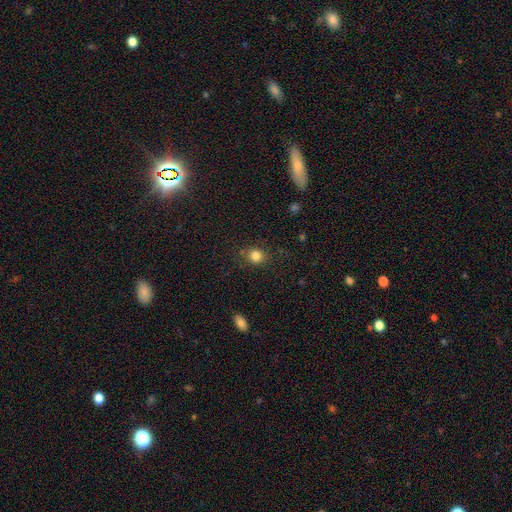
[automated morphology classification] The model was most divided on "how rounded": round: 77%, in between: 22%, cigar-shaped: 1%. More confident: merging — none (83%); smooth or featured — smooth (83%).